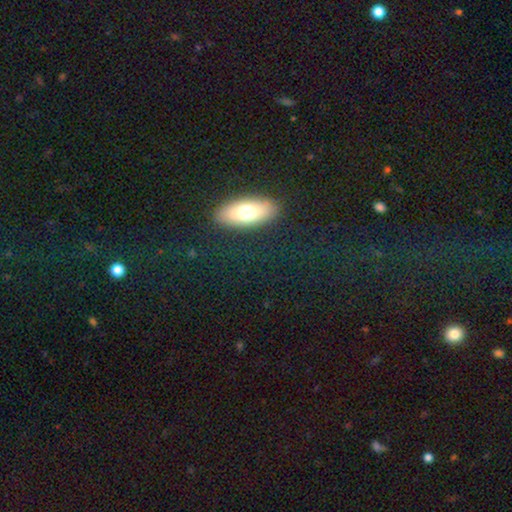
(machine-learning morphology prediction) smooth_or_featured: smooth (p=0.60) [alt: featured or disk p=0.24]
how_rounded: in between (p=0.74) [alt: cigar-shaped p=0.19]
merging: none (p=0.79) [alt: major disturbance p=0.10]